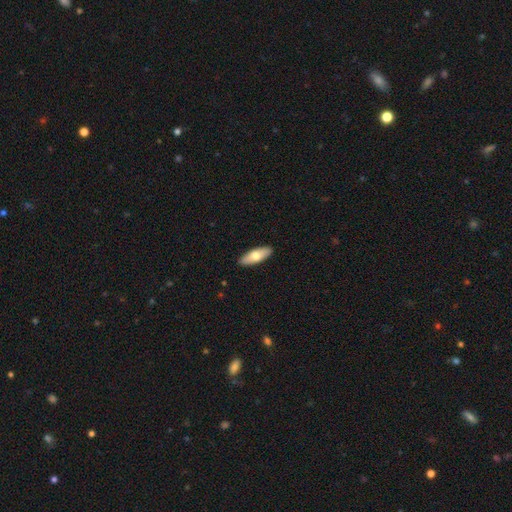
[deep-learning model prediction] This is likely a smooth galaxy (69%). How rounded: likely in between (67%). Merging: clearly none (91%).